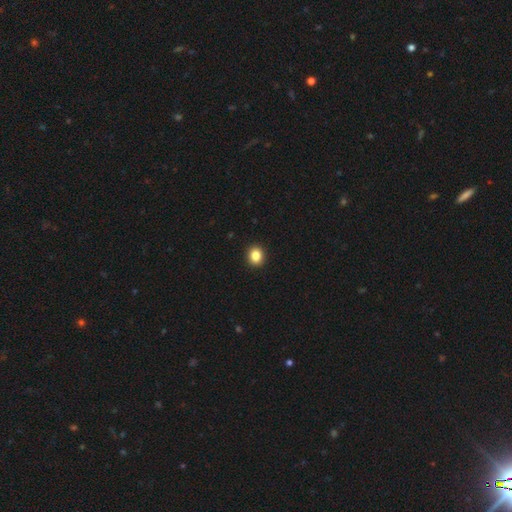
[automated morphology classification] A smooth galaxy with no disk features (86%) that is round (70%). Merging: none (93%).